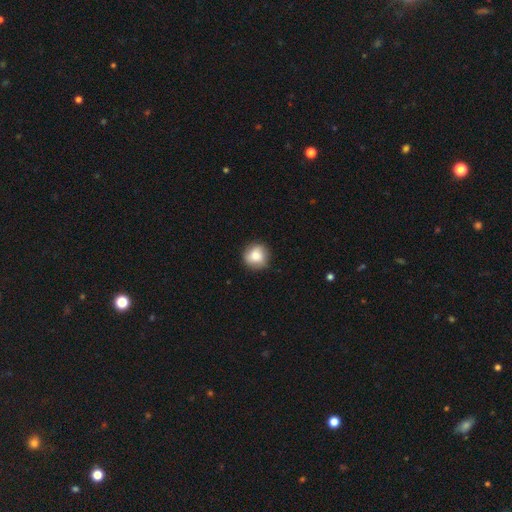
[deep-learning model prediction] Smooth or featured? Predicted: smooth (p=0.82). How rounded? Predicted: round (p=0.89). Merging? Predicted: none (p=0.83).